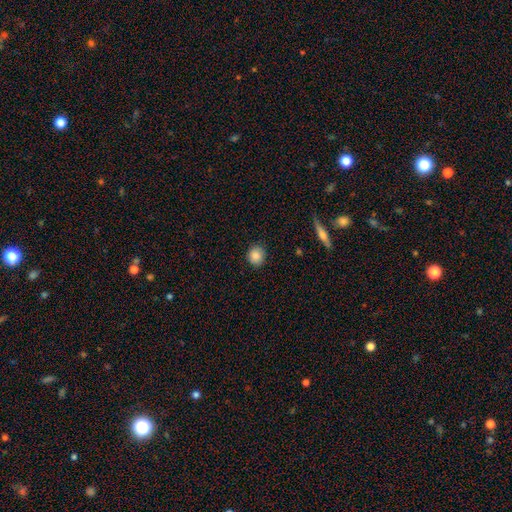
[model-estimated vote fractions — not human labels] Overall: smooth (87%). How rounded: round (83%). Merging: none (89%).